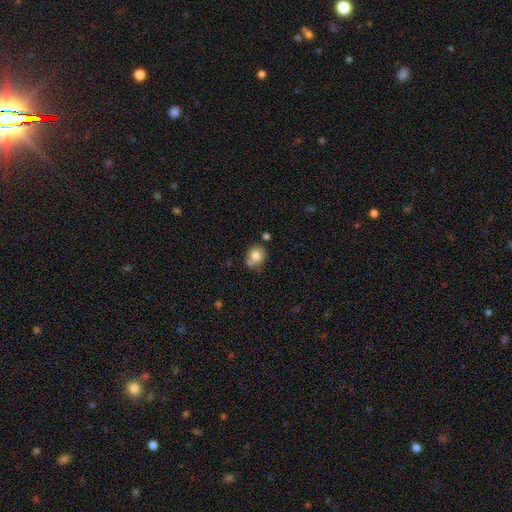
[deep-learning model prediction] Smooth or featured? Predicted: smooth (p=0.77). How rounded? Predicted: round (p=0.81). Merging? Predicted: none (p=0.63).